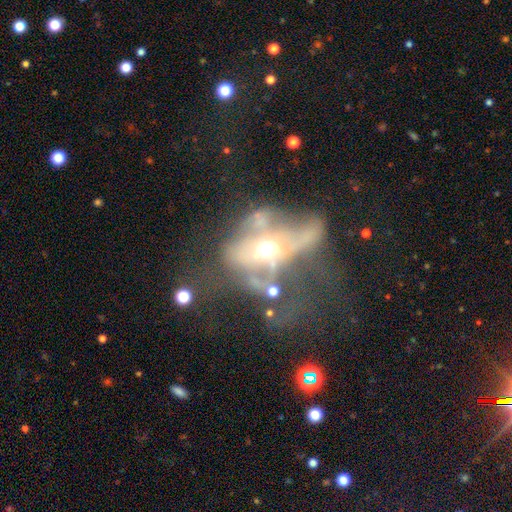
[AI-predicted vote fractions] Q: Smooth or featured?
A: featured or disk (66%); runner-up: smooth (20%)
Q: Edge-on disk?
A: no (88%); runner-up: yes (12%)
Q: Bar?
A: no (77%); runner-up: weak (15%)
Q: Spiral arms?
A: no (79%); runner-up: yes (21%)
Q: Bulge size?
A: moderate (69%); runner-up: small (15%)
Q: Merging?
A: major disturbance (51%); runner-up: merger (20%)